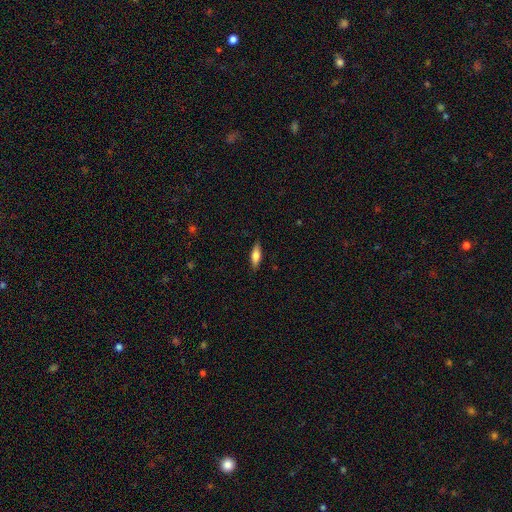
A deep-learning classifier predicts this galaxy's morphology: smooth 68%, featured or disk 26%, star or artifact 6%. Down the decision tree: how rounded — in between (53%); merging — none (87%).